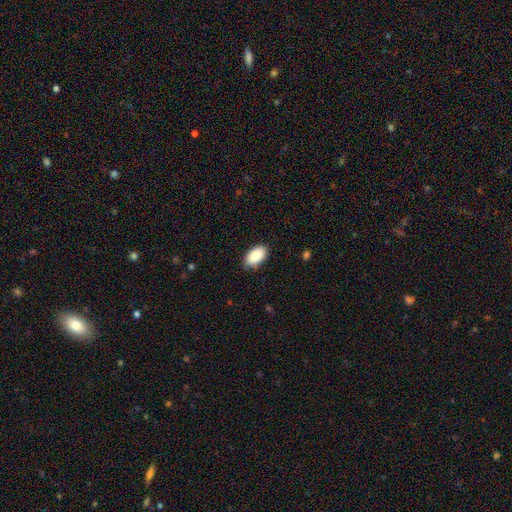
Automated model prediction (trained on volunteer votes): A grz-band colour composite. It shows a smooth galaxy with no disk features (89%) that is in between round and cigar-shaped (95%). Merging: none (83%).